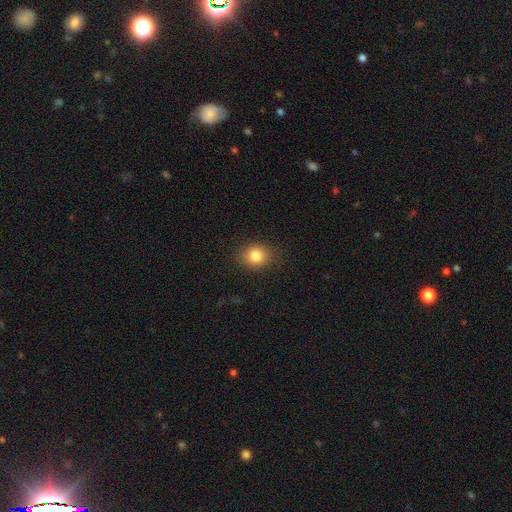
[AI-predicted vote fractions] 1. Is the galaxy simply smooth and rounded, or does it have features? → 83% smooth, 11% star or artifact, 7% featured or disk.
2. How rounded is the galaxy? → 68% round, 31% in between, 1% cigar-shaped.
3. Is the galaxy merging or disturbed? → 87% none, 9% minor disturbance, 3% major disturbance, 1% merger.